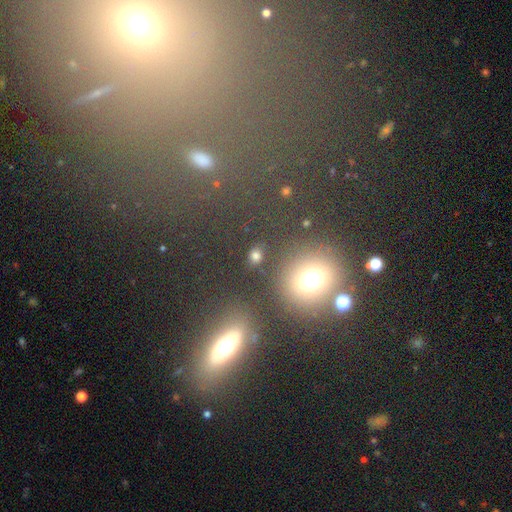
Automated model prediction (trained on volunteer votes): smooth 70%, star or artifact 24%, featured or disk 7%. Down the decision tree: how rounded — in between (51%); merging — none (82%).